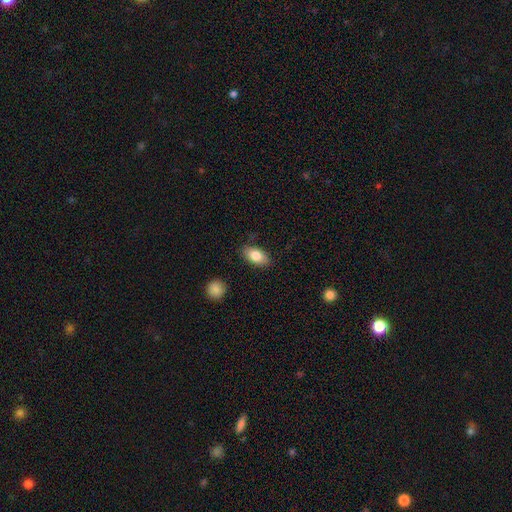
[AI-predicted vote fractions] smooth-or-featured: smooth: 82% | featured or disk: 11% | star or artifact: 7%
  how-rounded: in between: 91% | round: 6% | cigar-shaped: 4%
  merging: none: 85% | minor disturbance: 11% | major disturbance: 3% | merger: 2%